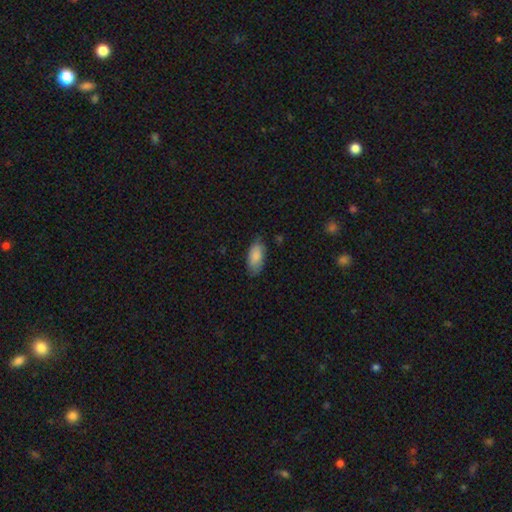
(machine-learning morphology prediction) Q: Smooth or featured?
A: smooth (86%); runner-up: featured or disk (8%)
Q: How rounded?
A: in between (92%); runner-up: cigar-shaped (6%)
Q: Merging?
A: none (74%); runner-up: minor disturbance (21%)